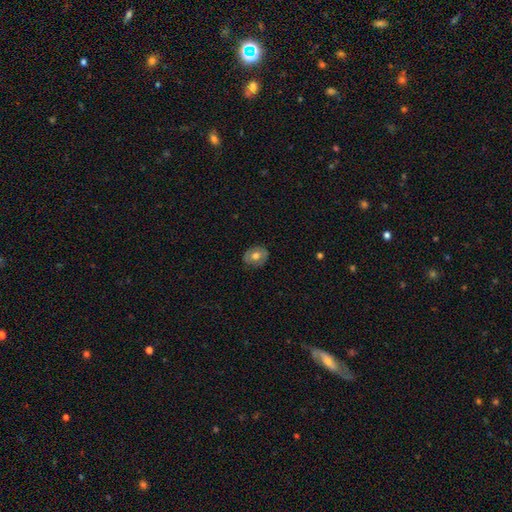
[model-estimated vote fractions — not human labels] Smooth or featured?
  - smooth: 56% *
  - featured or disk: 37%
  - star or artifact: 8%
How rounded?
  - round: 50% *
  - in between: 49%
  - cigar-shaped: 1%
Merging?
  - none: 81% *
  - minor disturbance: 14%
  - major disturbance: 4%
  - merger: 1%